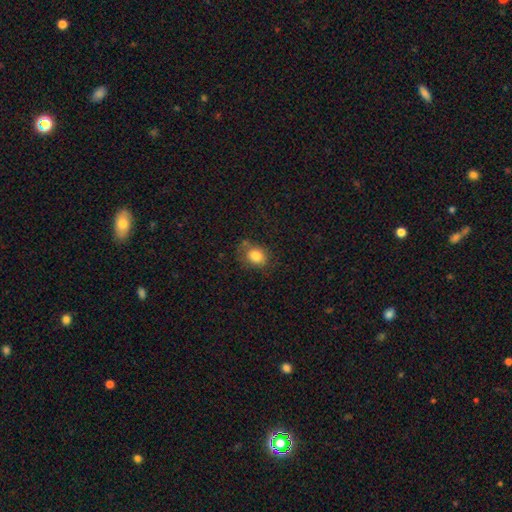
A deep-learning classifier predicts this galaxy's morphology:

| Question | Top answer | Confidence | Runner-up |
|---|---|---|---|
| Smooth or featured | smooth | 81% | star or artifact (9%) |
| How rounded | in between | 53% | round (46%) |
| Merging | none | 63% | minor disturbance (23%) |